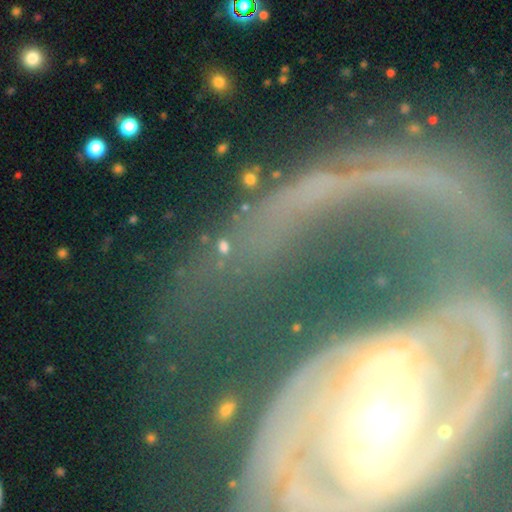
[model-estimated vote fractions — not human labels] This appears to be a star or artifact, not a galaxy (51%).